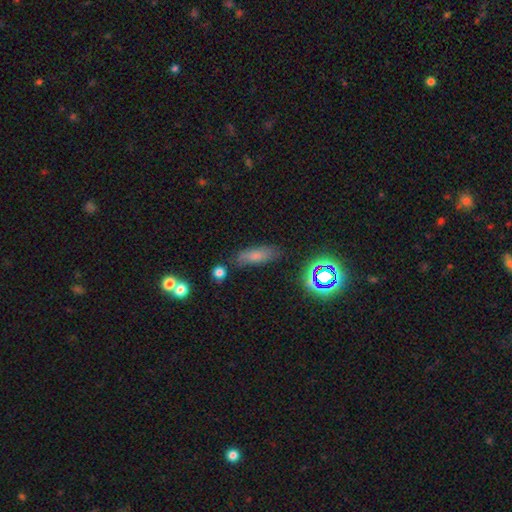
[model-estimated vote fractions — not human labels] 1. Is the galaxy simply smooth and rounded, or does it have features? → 69% smooth, 16% star or artifact, 15% featured or disk.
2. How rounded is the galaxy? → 59% in between, 36% cigar-shaped, 5% round.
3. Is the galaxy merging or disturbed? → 77% none, 15% minor disturbance, 4% major disturbance, 4% merger.